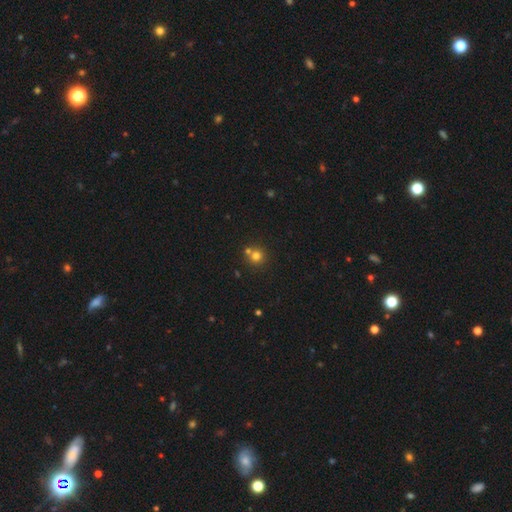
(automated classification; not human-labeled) This appears to be a smooth galaxy with no disk features (74%) that is round (92%). Merging: none (65%).